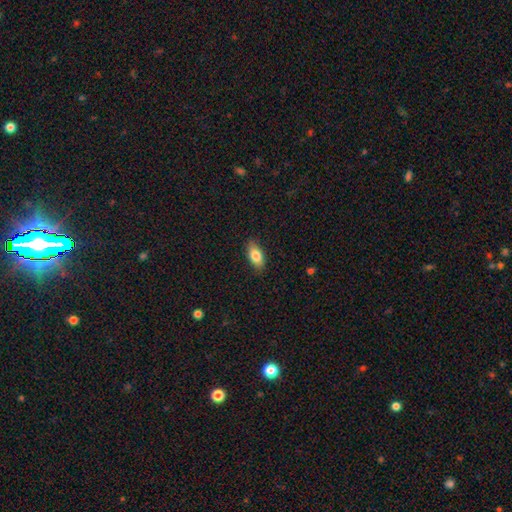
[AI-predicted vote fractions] smooth-or-featured: smooth: 82% | featured or disk: 11% | star or artifact: 7%
  how-rounded: in between: 88% | cigar-shaped: 8% | round: 4%
  merging: none: 86% | minor disturbance: 11% | major disturbance: 2% | merger: 1%